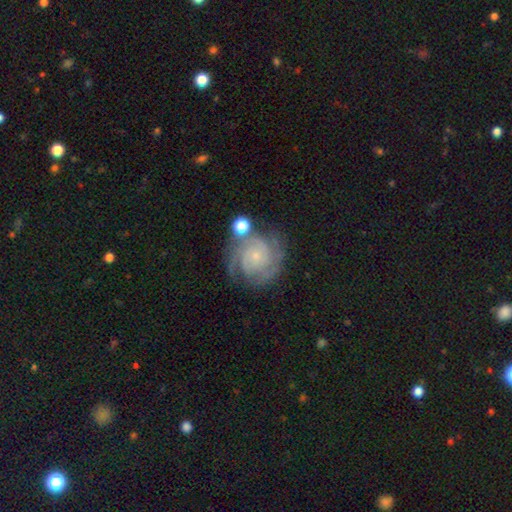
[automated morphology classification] Smooth or featured? Predicted: featured or disk (p=0.86). Edge-on disk? Predicted: no (p=0.98). Bar? Predicted: no (p=0.77). Spiral arms? Predicted: yes (p=0.97). Spiral winding? Predicted: tight (p=0.72). Spiral arm count? Predicted: 3 (p=0.32). Bulge size? Predicted: small (p=0.82). Merging? Predicted: none (p=0.68).